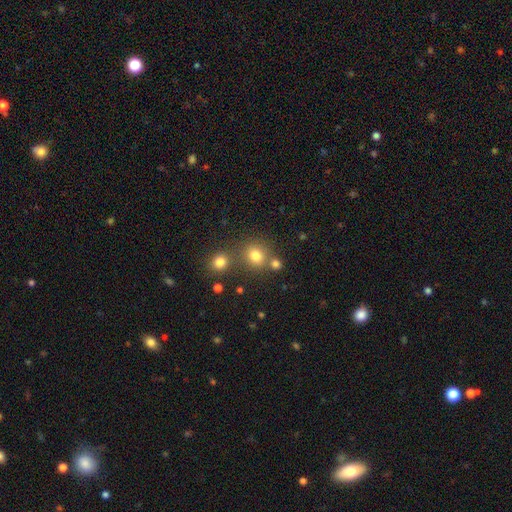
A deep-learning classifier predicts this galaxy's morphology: The model was most divided on "merging": none: 66%, merger: 20%, minor disturbance: 10%, major disturbance: 4%. More confident: how rounded — round (81%); smooth or featured — smooth (77%).